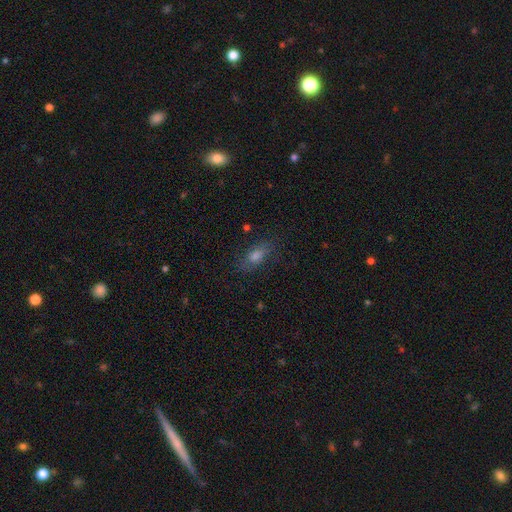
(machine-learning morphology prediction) smooth 60%, featured or disk 20%, star or artifact 20%. Down the decision tree: how rounded — in between (72%); merging — none (78%).